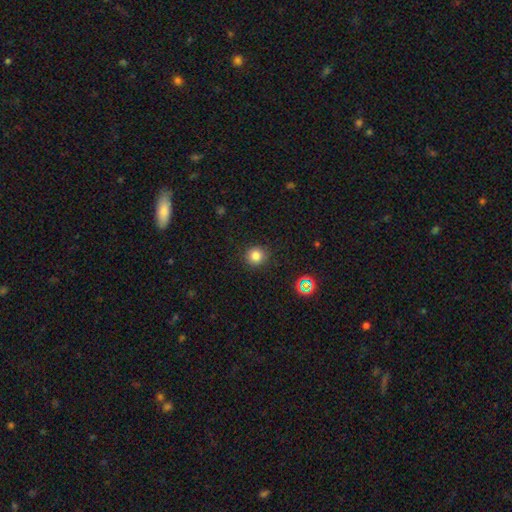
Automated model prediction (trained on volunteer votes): Morphology: type=smooth (80%); roundness=round (93%); merging=none (89%).